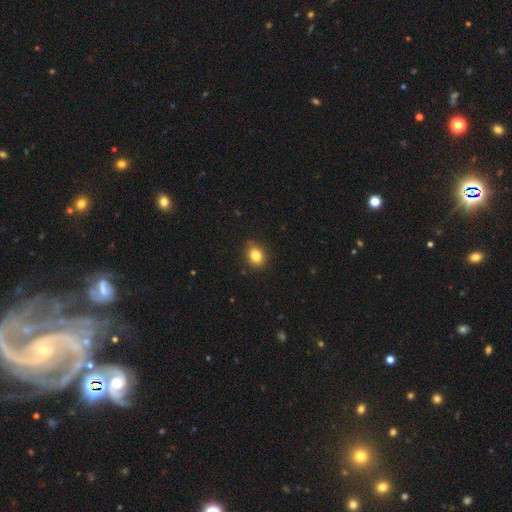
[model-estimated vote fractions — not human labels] A smooth galaxy with no disk features (82%) that is in between round and cigar-shaped (50%).

Vote fractions:
- Smooth or featured? smooth: 82% / star or artifact: 11% / featured or disk: 7%
- How rounded? in between: 50% / round: 49% / cigar-shaped: 1%
- Merging? none: 85% / minor disturbance: 11% / major disturbance: 2% / merger: 1%